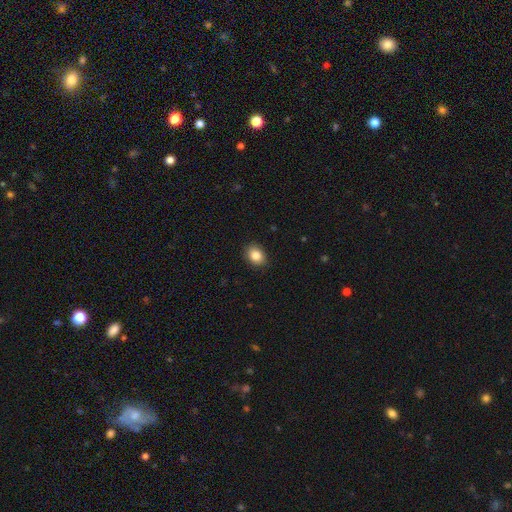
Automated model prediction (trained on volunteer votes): The model was most divided on "how rounded": in between: 57%, round: 42%, cigar-shaped: 1%. More confident: merging — none (88%); smooth or featured — smooth (85%).